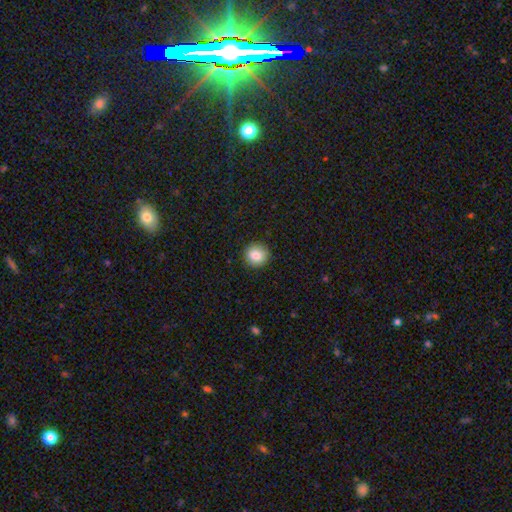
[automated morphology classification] A smooth galaxy with no disk features (86%) that is round (92%).

Vote fractions:
- Smooth or featured? smooth: 86% / star or artifact: 9% / featured or disk: 6%
- How rounded? round: 92% / in between: 7% / cigar-shaped: 1%
- Merging? none: 90% / minor disturbance: 7% / major disturbance: 2% / merger: 1%